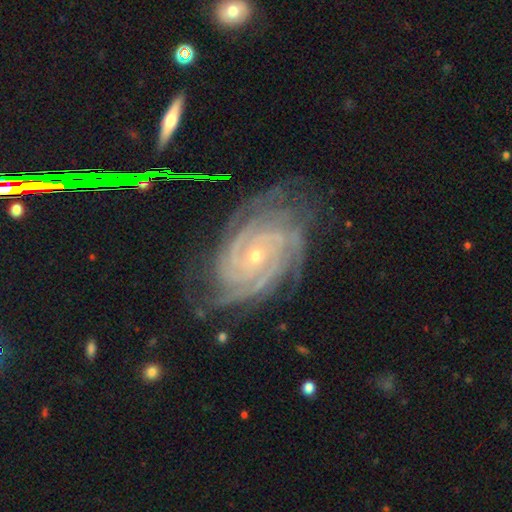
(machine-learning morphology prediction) This is clearly a featured or disk galaxy (92%). It is clearly not viewed edge-on (97%). Bar: likely no (71%). Spiral arm pattern: clearly yes (99%). Spiral arm count: marginally 4 (31%). Spiral winding: clearly tight (81%). Central bulge: likely small (79%). Merging: likely none (72%).